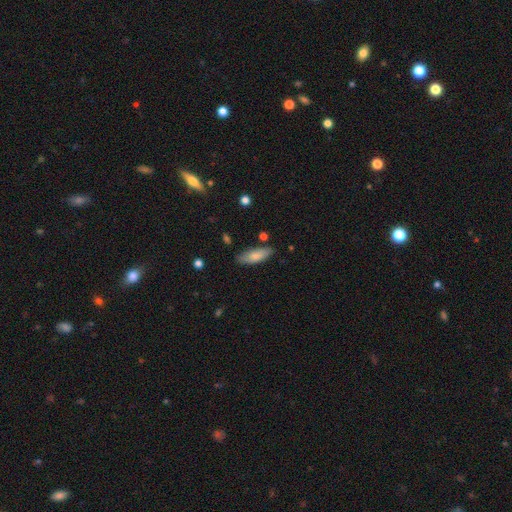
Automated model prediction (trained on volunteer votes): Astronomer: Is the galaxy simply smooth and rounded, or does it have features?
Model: smooth — 82%.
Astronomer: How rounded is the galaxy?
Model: in between — 66%.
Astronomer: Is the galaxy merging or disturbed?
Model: none — 80%.